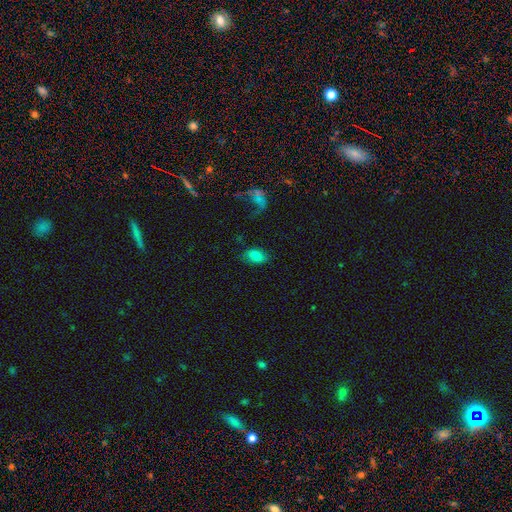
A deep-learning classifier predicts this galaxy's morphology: smooth-or-featured: smooth: 79% | featured or disk: 10% | star or artifact: 10%
  how-rounded: in between: 90% | round: 8% | cigar-shaped: 2%
  merging: none: 69% | minor disturbance: 18% | major disturbance: 9% | merger: 4%